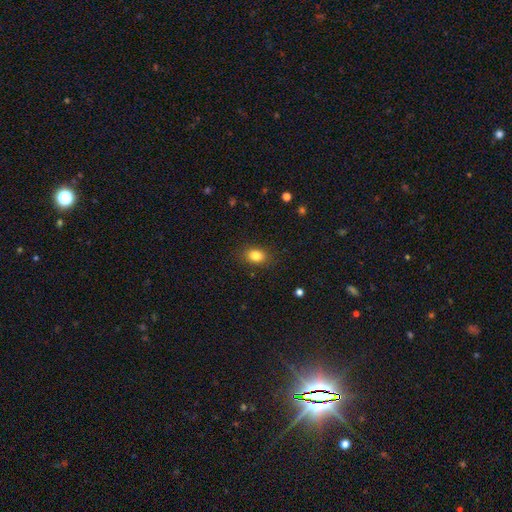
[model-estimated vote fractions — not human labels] Smooth or featured? smooth (84%)
How rounded? in between (70%)
Merging? none (87%)